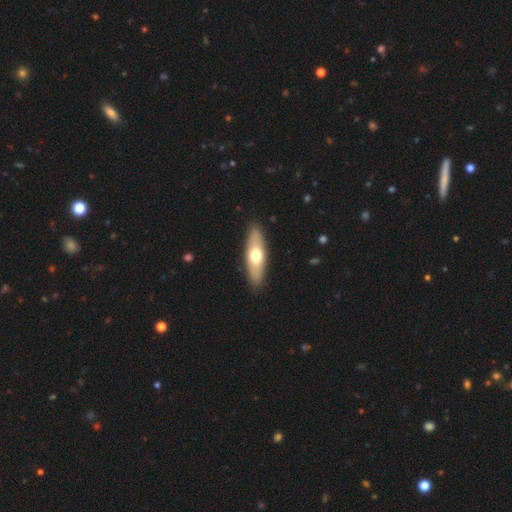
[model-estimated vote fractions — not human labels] A smooth galaxy with no disk features (59%) that is in between round and cigar-shaped (52%). Merging: none (89%).